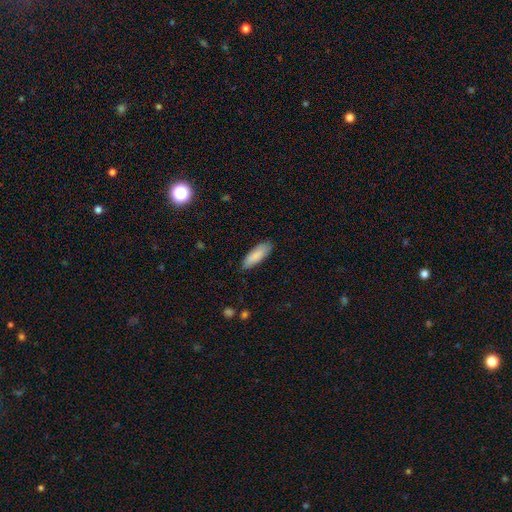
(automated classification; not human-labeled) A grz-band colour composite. It shows a smooth galaxy with no disk features (87%) that is in between round and cigar-shaped (61%). Merging: none (84%).